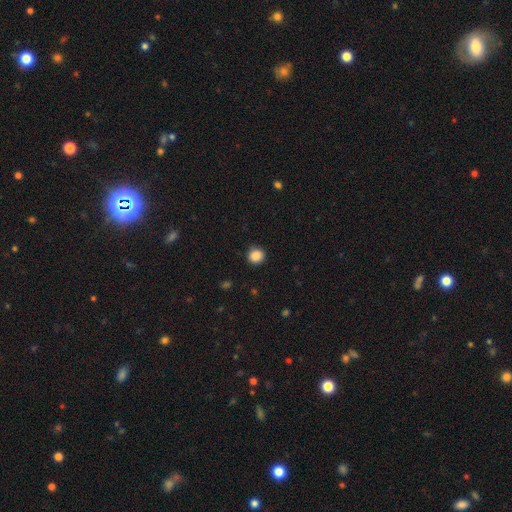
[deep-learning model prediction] Overall: smooth (87%). How rounded: round (92%). Merging: none (88%).